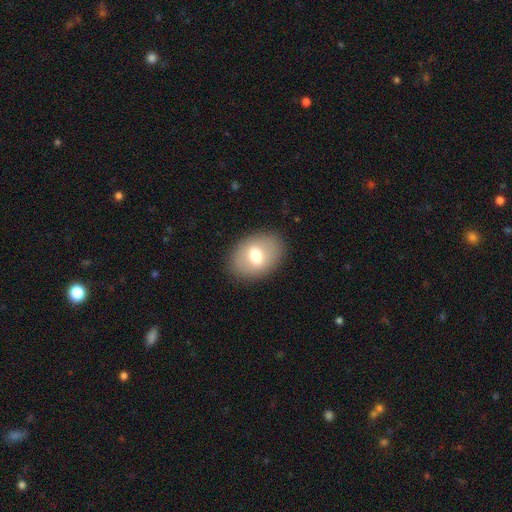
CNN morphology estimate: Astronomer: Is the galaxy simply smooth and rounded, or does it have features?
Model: smooth — 67%.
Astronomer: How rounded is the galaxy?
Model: in between — 70%.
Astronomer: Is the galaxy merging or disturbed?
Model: none — 87%.